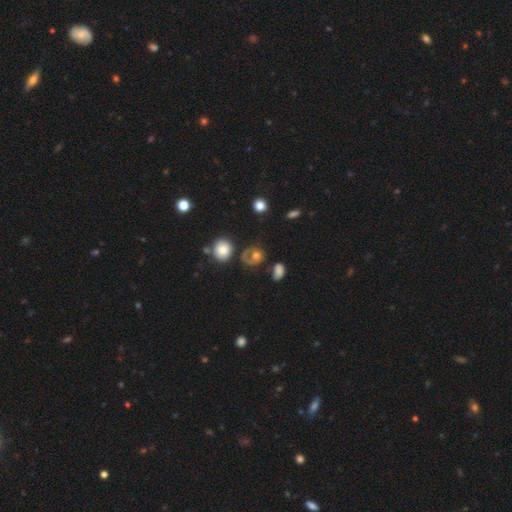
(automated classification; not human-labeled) A smooth galaxy with no disk features (58%) that is round (68%). Merging: none (47%).